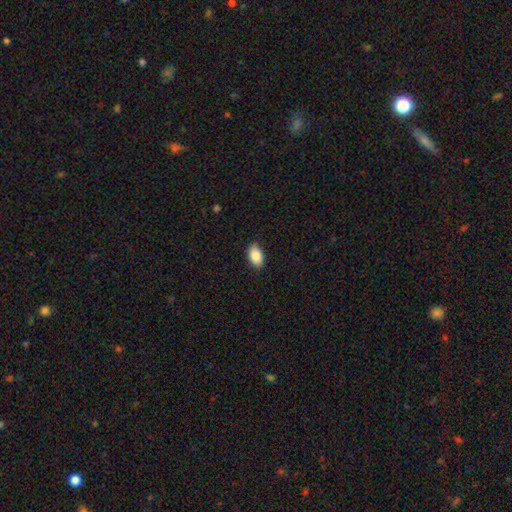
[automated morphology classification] This is clearly a smooth galaxy (87%). How rounded: clearly in between (92%). Merging: clearly none (88%).